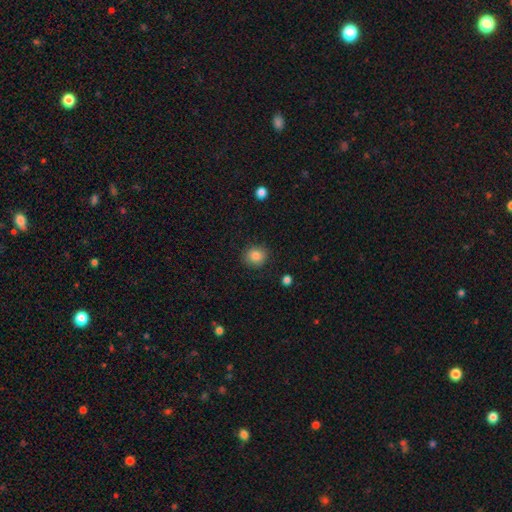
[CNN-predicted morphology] smooth 85%, star or artifact 10%, featured or disk 5%. Down the decision tree: how rounded — round (84%); merging — none (88%).